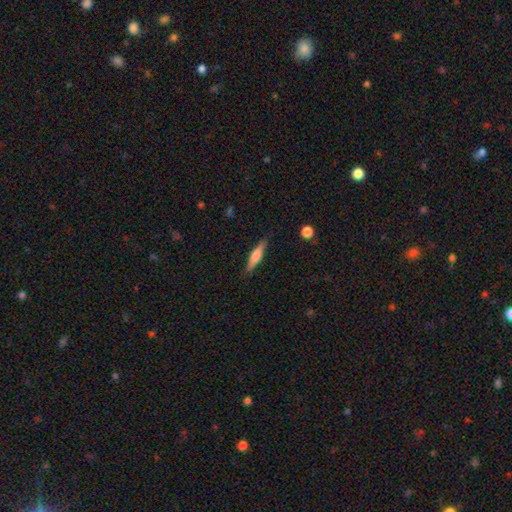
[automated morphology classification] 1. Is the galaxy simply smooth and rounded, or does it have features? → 50% smooth, 43% featured or disk, 6% star or artifact.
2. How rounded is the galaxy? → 80% cigar-shaped, 18% in between, 2% round.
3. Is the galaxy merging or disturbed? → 85% none, 11% minor disturbance, 2% major disturbance, 1% merger.